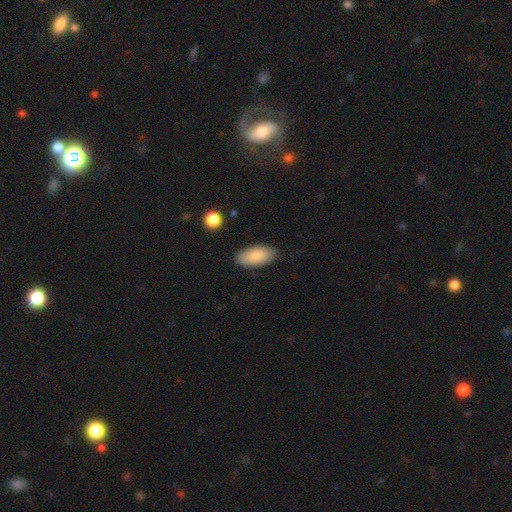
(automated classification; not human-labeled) This is clearly a smooth galaxy (85%). How rounded: clearly in between (92%). Merging: clearly none (85%).